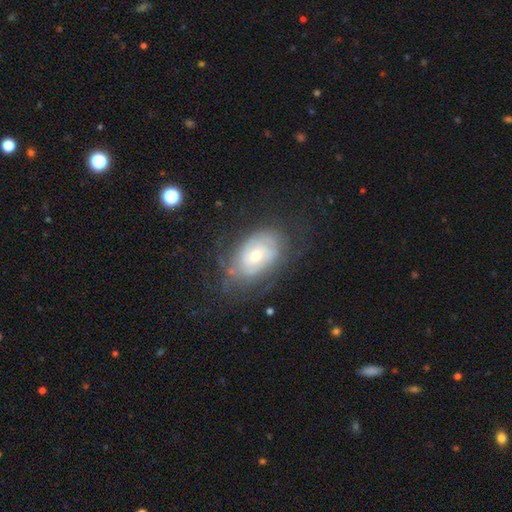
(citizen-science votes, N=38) smooth_or_featured: featured or disk (p=0.53) [alt: smooth p=0.37]
disk_edge_on: no (p=1.00)
bar: no (p=1.00)
has_spiral_arms: yes (p=0.60) [alt: no p=0.40]
spiral_winding: tight (p=0.58) [alt: medium p=0.33]
spiral_arm_count: can't tell (p=0.58) [alt: 2 p=0.25]
bulge_size: small (p=0.60) [alt: moderate p=0.30]
merging: none (p=0.59) [alt: major disturbance p=0.26]